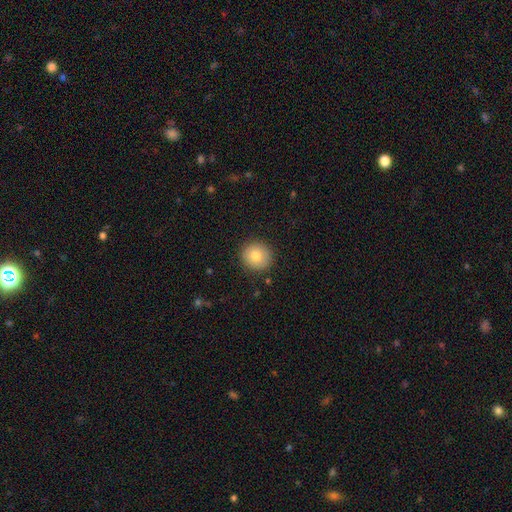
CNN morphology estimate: A smooth galaxy with no disk features (81%) that is round (89%). Merging: none (90%).